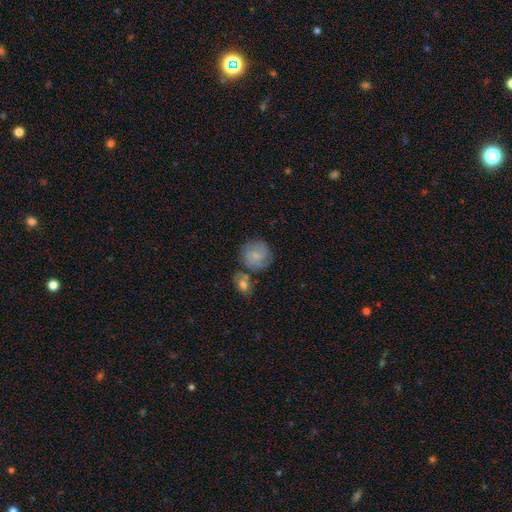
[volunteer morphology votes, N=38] Smooth or featured? 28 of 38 (74%) said smooth. How rounded? 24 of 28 (86%) said round. Merging? 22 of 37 (59%) said none.